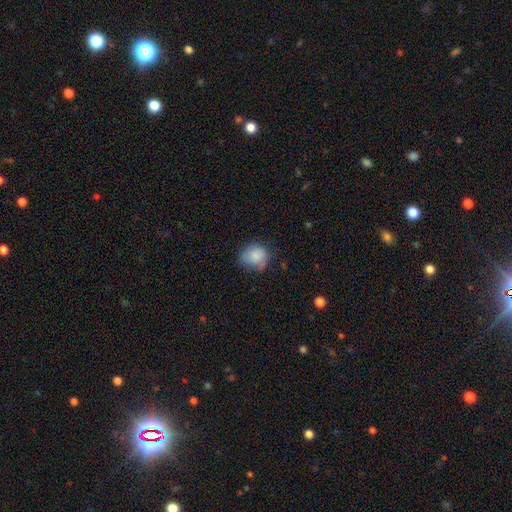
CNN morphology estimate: The model was most divided on "merging": none: 62%, minor disturbance: 29%, major disturbance: 7%, merger: 2%. More confident: smooth or featured — smooth (83%); how rounded — round (74%).